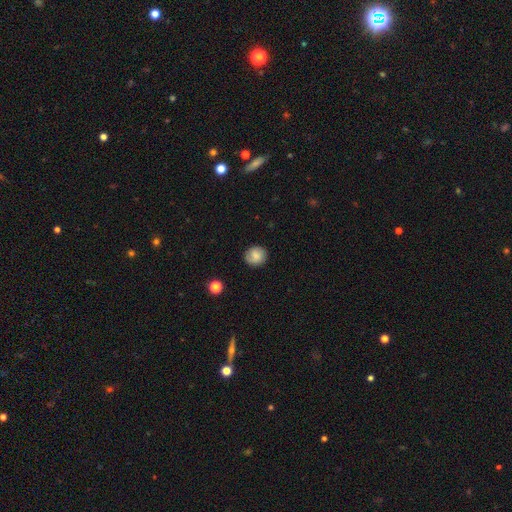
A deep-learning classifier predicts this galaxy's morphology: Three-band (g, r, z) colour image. It shows a smooth galaxy with no disk features (75%) that is round (84%). Merging: none (83%).